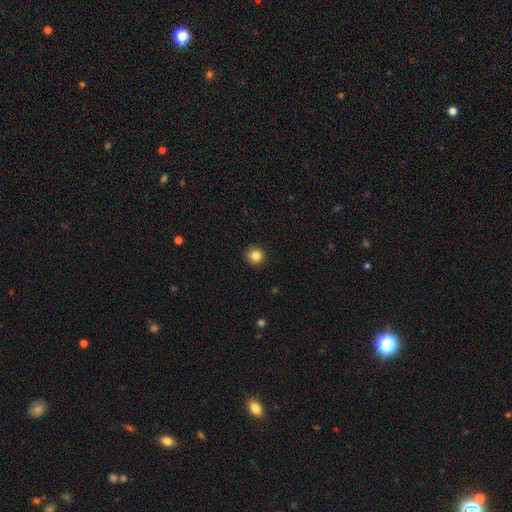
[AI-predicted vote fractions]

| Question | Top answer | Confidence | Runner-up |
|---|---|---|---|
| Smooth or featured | smooth | 84% | star or artifact (11%) |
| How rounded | round | 95% | in between (4%) |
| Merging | none | 93% | minor disturbance (5%) |